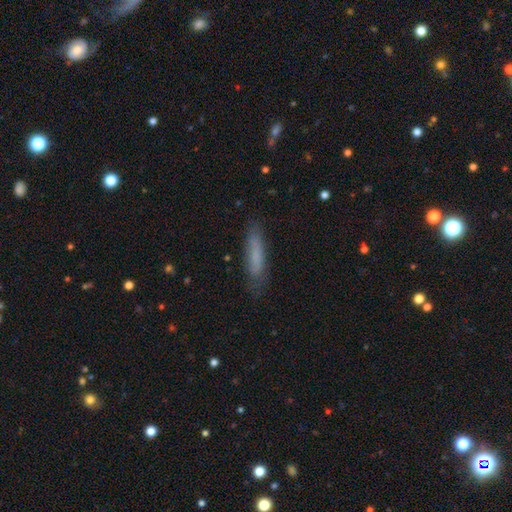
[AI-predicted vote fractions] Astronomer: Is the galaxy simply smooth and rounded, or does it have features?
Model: smooth — 72%.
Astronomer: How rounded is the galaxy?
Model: cigar-shaped — 80%.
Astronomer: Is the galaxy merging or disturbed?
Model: none — 77%.